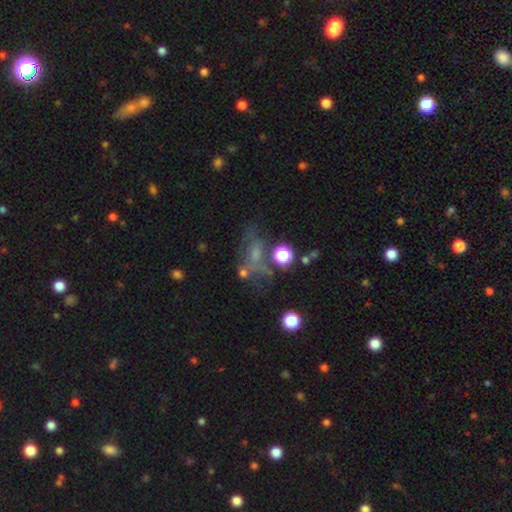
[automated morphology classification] Smooth or featured? Predicted: smooth (p=0.37). Merging? Predicted: none (p=0.44).